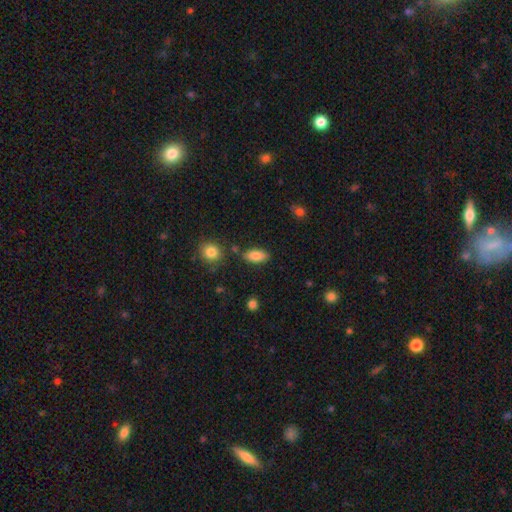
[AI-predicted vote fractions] smooth 82%, featured or disk 10%, star or artifact 8%. Down the decision tree: how rounded — in between (85%); merging — none (80%).